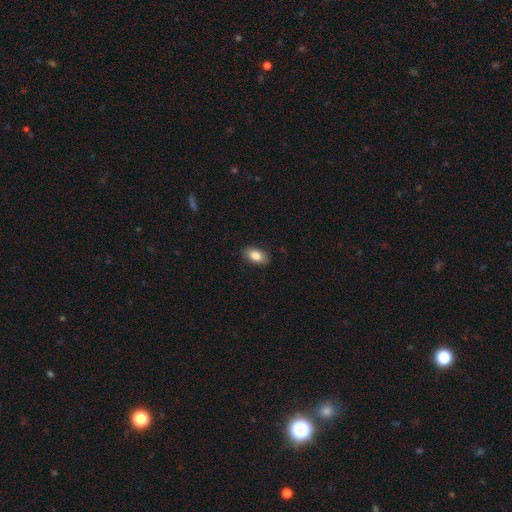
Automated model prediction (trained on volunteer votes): Morphology: type=smooth (86%); roundness=in between (92%); merging=none (87%).